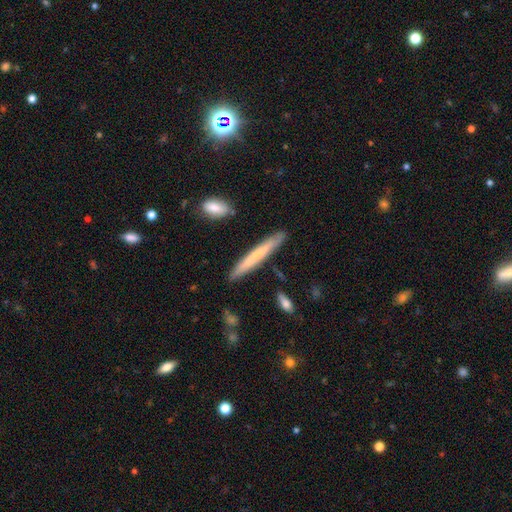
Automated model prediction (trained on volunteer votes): Smooth or featured?
  - smooth: 64% *
  - featured or disk: 30%
  - star or artifact: 6%
How rounded?
  - cigar-shaped: 96% *
  - in between: 3%
  - round: 1%
Merging?
  - none: 88% *
  - minor disturbance: 8%
  - merger: 2%
  - major disturbance: 2%